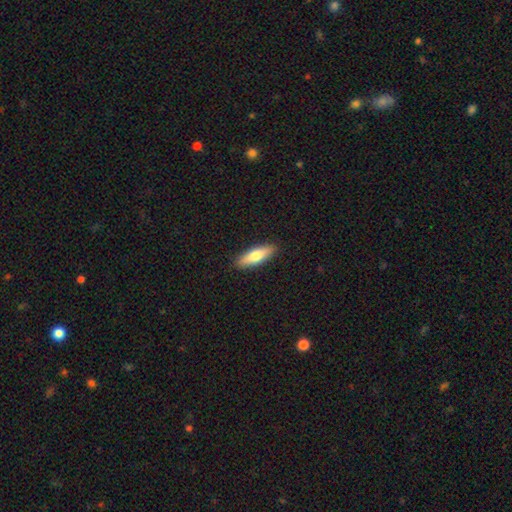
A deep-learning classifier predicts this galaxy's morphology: A smooth galaxy with no disk features (72%) that is cigar-shaped (52%).

Vote fractions:
- Smooth or featured? smooth: 72% / featured or disk: 23% / star or artifact: 6%
- How rounded? cigar-shaped: 52% / in between: 46% / round: 2%
- Merging? none: 90% / minor disturbance: 7% / major disturbance: 2% / merger: 1%